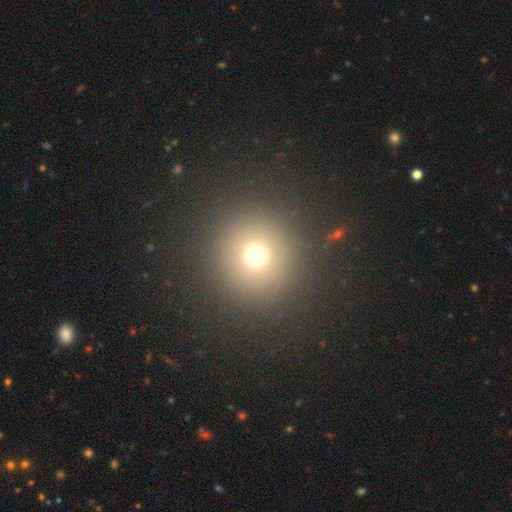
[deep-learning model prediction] smooth-or-featured: smooth: 70% | star or artifact: 20% | featured or disk: 10%
  how-rounded: round: 95% | in between: 4% | cigar-shaped: 1%
  merging: none: 89% | minor disturbance: 5% | major disturbance: 4% | merger: 2%